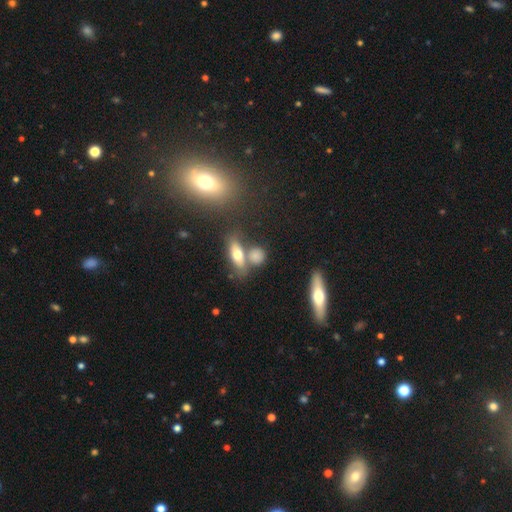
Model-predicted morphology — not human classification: Smooth or featured: smooth — 71% (featured or disk — 17%)
How rounded: round — 46% (in between — 41%)
Merging: none — 59% (merger — 24%)